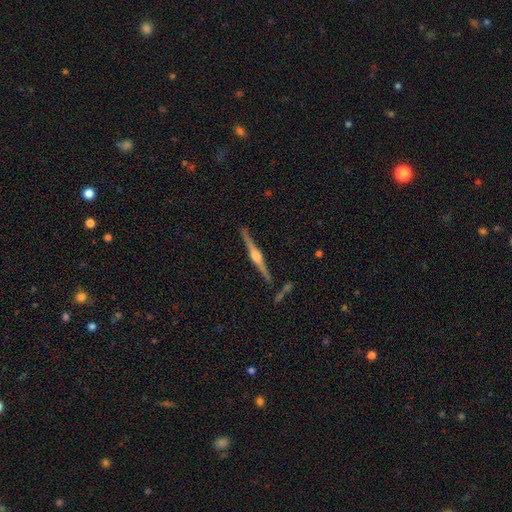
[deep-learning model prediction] Smooth or featured?
  - featured or disk: 87% *
  - smooth: 8%
  - star or artifact: 5%
Edge-on disk?
  - yes: 99% *
  - no: 1%
Edge-on bulge?
  - rounded: 92% *
  - boxy: 6%
  - none: 2%
Merging?
  - none: 89% *
  - minor disturbance: 7%
  - merger: 2%
  - major disturbance: 2%